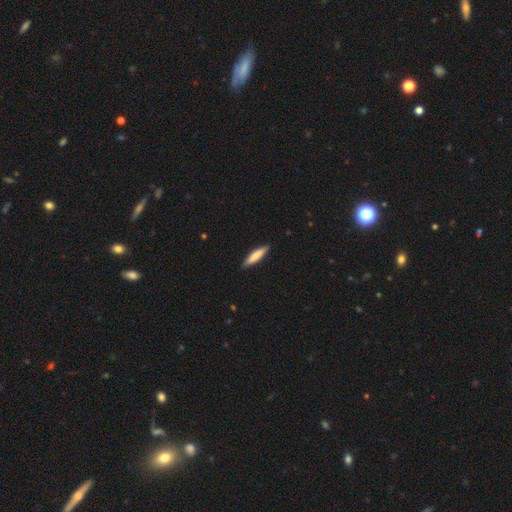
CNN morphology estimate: Overall: smooth (77%). How rounded: cigar-shaped (82%). Merging: none (89%).